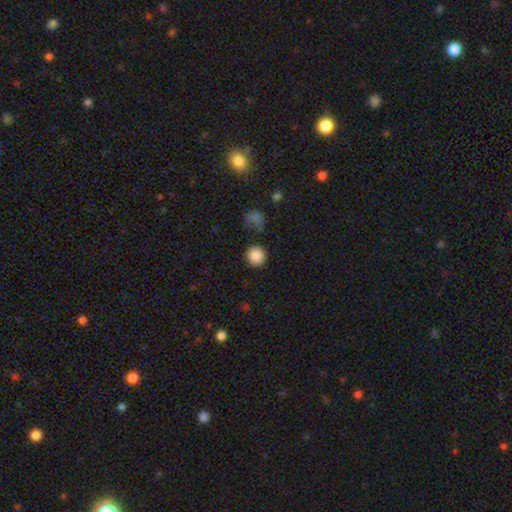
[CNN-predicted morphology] This appears to be a smooth galaxy with no disk features (87%) that is round (94%). Merging: none (88%).